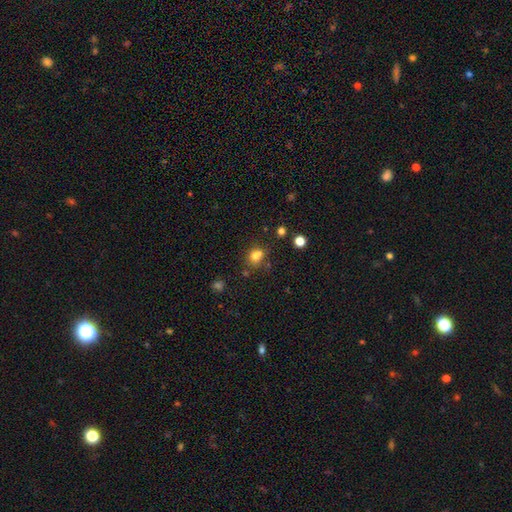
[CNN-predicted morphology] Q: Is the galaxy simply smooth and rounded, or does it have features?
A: smooth — 72%.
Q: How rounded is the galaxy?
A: round — 75%.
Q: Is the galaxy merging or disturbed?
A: none — 49%.